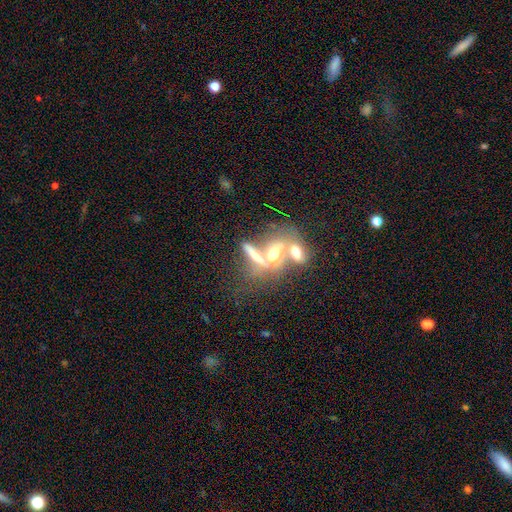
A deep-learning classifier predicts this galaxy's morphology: Smooth or featured: featured or disk — 47% (smooth — 40%)
Merging: merger — 60% (none — 24%)